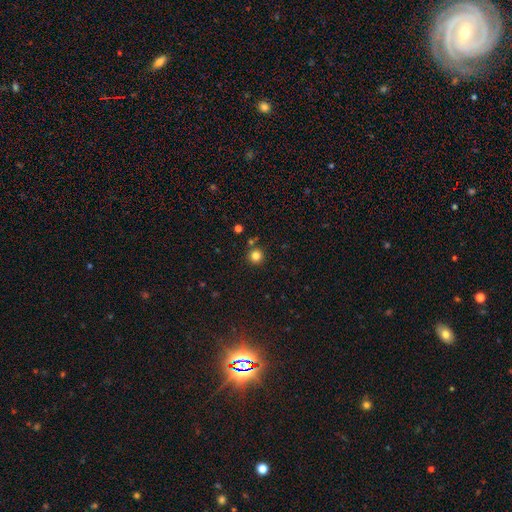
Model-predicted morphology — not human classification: The model was most divided on "smooth or featured": smooth: 82%, star or artifact: 13%, featured or disk: 5%. More confident: how rounded — round (96%); merging — none (87%).